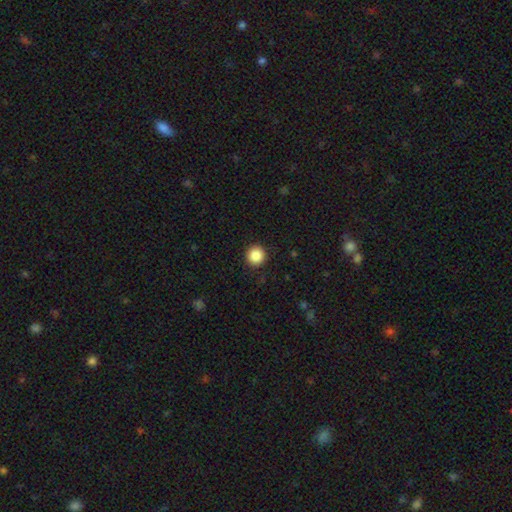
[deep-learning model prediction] smooth 87%, star or artifact 10%, featured or disk 3%. Down the decision tree: how rounded — round (95%); merging — none (92%).